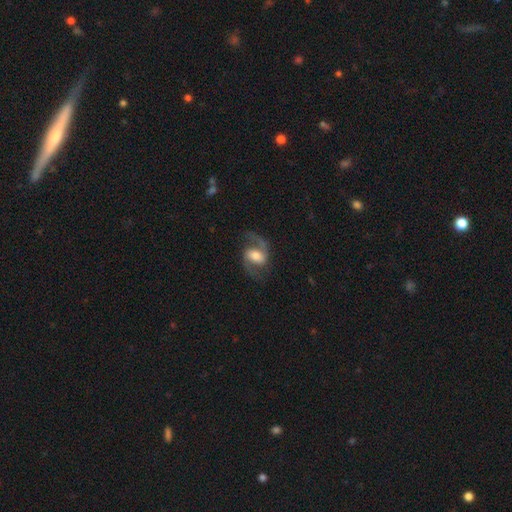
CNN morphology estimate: smooth-or-featured: featured or disk: 82% | smooth: 12% | star or artifact: 6%
  disk-edge-on: no: 97% | yes: 3%
    bar: weak: 46% | no: 28% | strong: 26%
    has-spiral-arms: yes: 95% | no: 5%
      spiral-winding: medium: 48% | loose: 42% | tight: 9%
      spiral-arm-count: 2: 92% | 1: 3% | can't tell: 2% | 3: 1% | 4: 1% | more than 4: 1%
    bulge-size: moderate: 54% | large: 22% | small: 18% | none: 3% | dominant: 3%
  merging: none: 75% | minor disturbance: 13% | major disturbance: 10% | merger: 2%